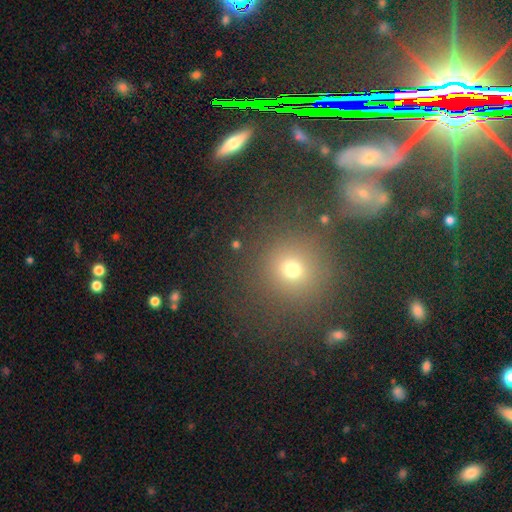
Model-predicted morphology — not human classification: Smooth or featured?
  - star or artifact: 49% *
  - smooth: 39%
  - featured or disk: 12%